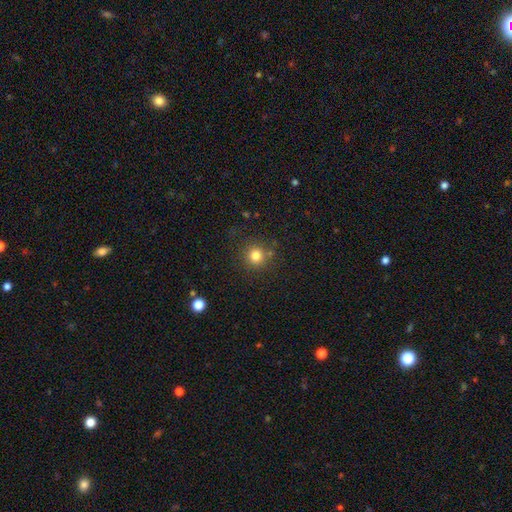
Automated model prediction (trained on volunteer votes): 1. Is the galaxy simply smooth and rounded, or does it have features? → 80% smooth, 14% star or artifact, 6% featured or disk.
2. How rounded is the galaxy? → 93% round, 6% in between, 1% cigar-shaped.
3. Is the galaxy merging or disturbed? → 82% none, 9% minor disturbance, 5% merger, 3% major disturbance.